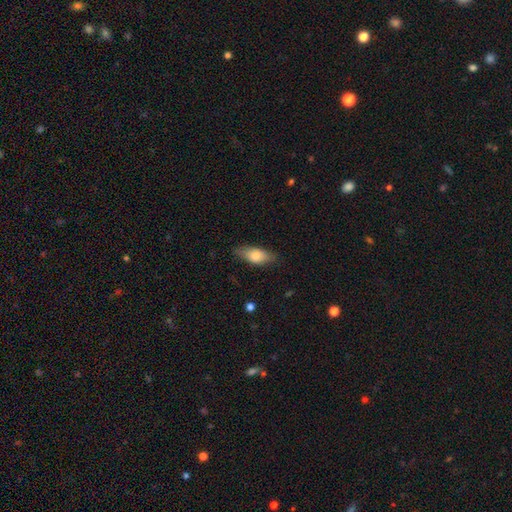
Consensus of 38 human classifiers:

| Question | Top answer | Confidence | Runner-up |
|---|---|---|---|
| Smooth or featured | smooth | 74% | featured or disk (16%) |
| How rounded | in between | 89% | round (7%) |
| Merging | none | 79% | minor disturbance (15%) |